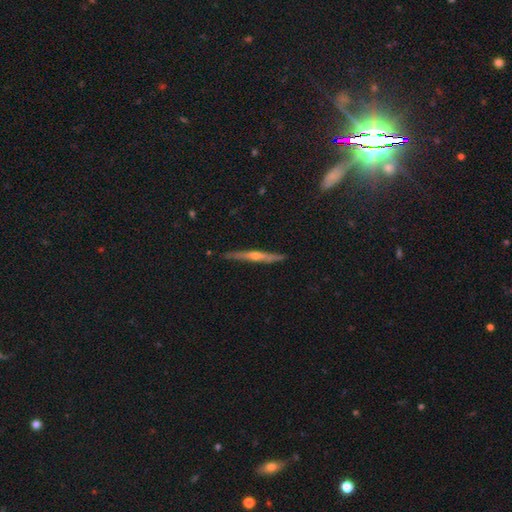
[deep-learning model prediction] Smooth or featured? featured or disk (77%)
Edge-on disk? yes (97%)
Edge-on bulge? rounded (83%)
Merging? none (89%)